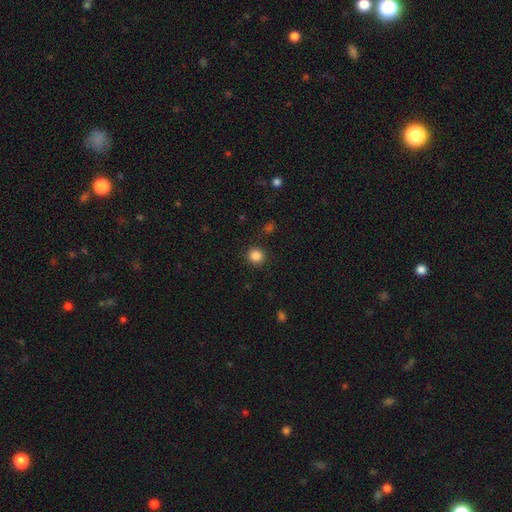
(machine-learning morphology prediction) Overall: smooth (85%). How rounded: round (93%). Merging: none (91%).